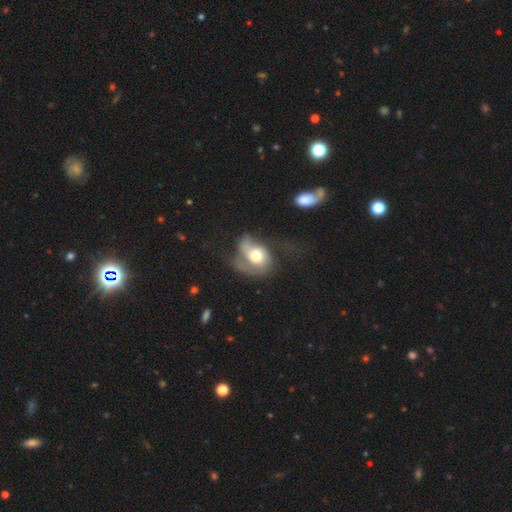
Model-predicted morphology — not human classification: A featured or disk galaxy (54%) with no bar (77%), spiral arms (67%) and a moderate central bulge (66%).

Vote fractions:
- Smooth or featured? featured or disk: 54% / smooth: 38% / star or artifact: 8%
- Edge-on disk? no: 96% / yes: 4%
- Bar? no: 77% / weak: 18% / strong: 5%
- Spiral arms? yes: 67% / no: 33%
- Bulge size? moderate: 66% / large: 21% / small: 9% / dominant: 2% / none: 1%
- Merging? major disturbance: 45% / none: 27% / minor disturbance: 23% / merger: 5%